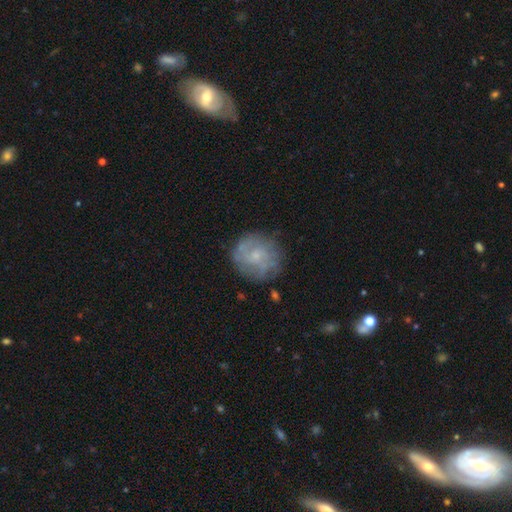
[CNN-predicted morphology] Q: Smooth or featured?
A: featured or disk (56%); runner-up: smooth (34%)
Q: Edge-on disk?
A: no (97%); runner-up: yes (3%)
Q: Bar?
A: no (74%); runner-up: weak (23%)
Q: Spiral arms?
A: yes (72%); runner-up: no (28%)
Q: Bulge size?
A: small (63%); runner-up: moderate (24%)
Q: Merging?
A: none (75%); runner-up: minor disturbance (16%)